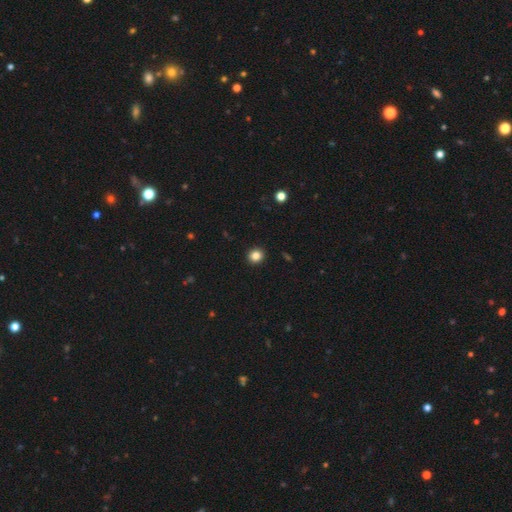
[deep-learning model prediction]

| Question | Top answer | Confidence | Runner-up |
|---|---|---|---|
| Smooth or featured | smooth | 85% | star or artifact (11%) |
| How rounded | round | 88% | in between (11%) |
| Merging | none | 93% | minor disturbance (5%) |